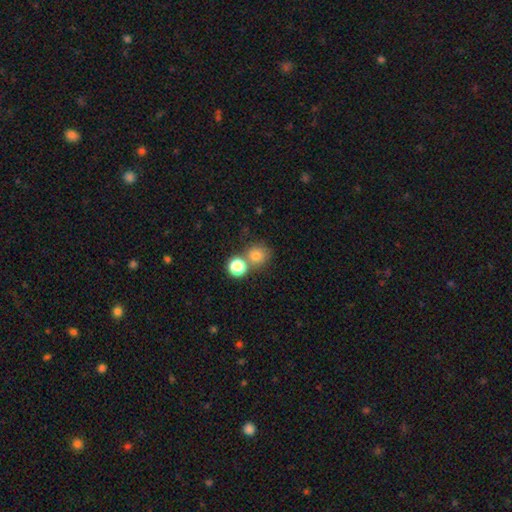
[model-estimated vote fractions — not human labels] A smooth galaxy with no disk features (78%) that is round (88%). Merging: none (63%).